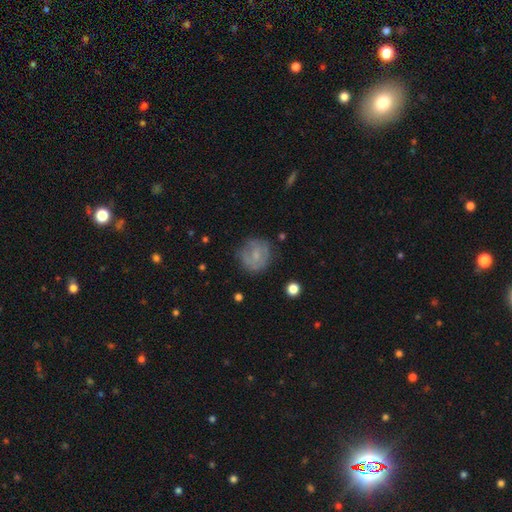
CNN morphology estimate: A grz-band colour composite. It shows a smooth galaxy with no disk features (55%) that is round (84%). Merging: none (69%).